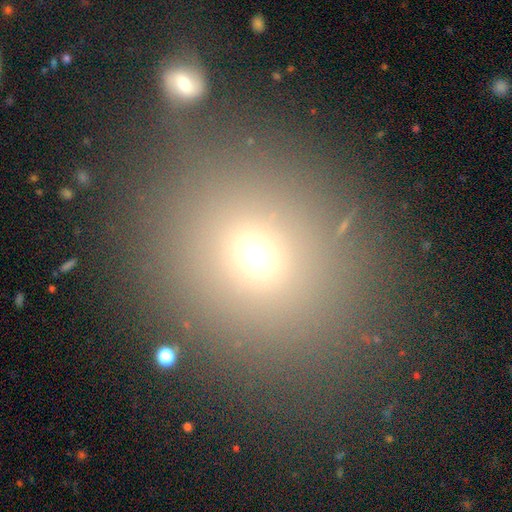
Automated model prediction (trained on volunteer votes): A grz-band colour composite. It shows a smooth galaxy with no disk features (65%) that is round (66%). Merging: none (79%).